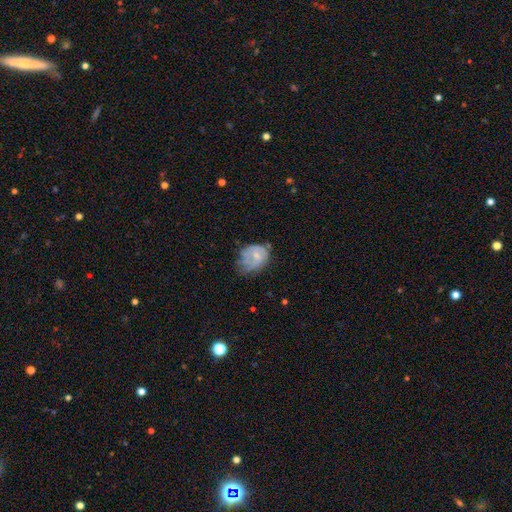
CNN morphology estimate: Q: Smooth or featured?
A: featured or disk (52%); runner-up: smooth (41%)
Q: Edge-on disk?
A: no (97%); runner-up: yes (3%)
Q: Bar?
A: no (64%); runner-up: weak (31%)
Q: Spiral arms?
A: yes (68%); runner-up: no (32%)
Q: Bulge size?
A: small (53%); runner-up: moderate (37%)
Q: Merging?
A: minor disturbance (38%); runner-up: none (34%)